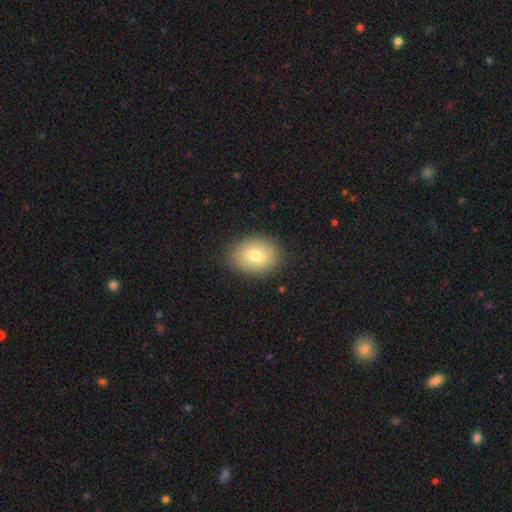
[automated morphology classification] The model was most divided on "how rounded": in between: 65%, round: 34%, cigar-shaped: 1%. More confident: merging — none (86%); smooth or featured — smooth (76%).